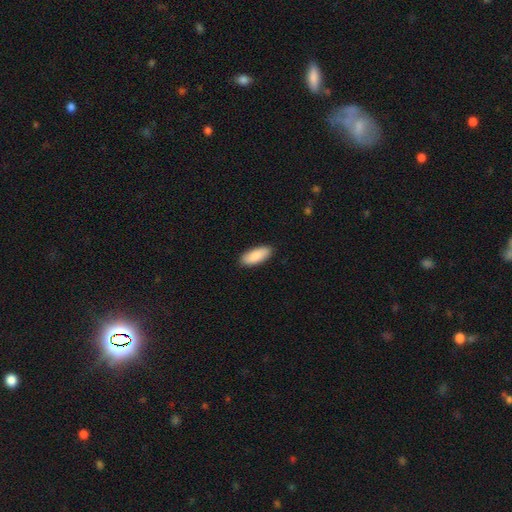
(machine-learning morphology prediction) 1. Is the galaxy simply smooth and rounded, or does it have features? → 90% smooth, 5% star or artifact, 4% featured or disk.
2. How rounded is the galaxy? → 85% in between, 14% cigar-shaped, 2% round.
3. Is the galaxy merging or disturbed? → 89% none, 9% minor disturbance, 2% major disturbance, 1% merger.